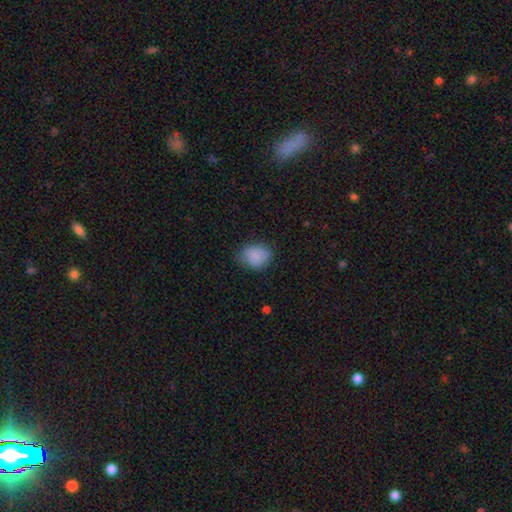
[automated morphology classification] Smooth or featured?
  - smooth: 85% *
  - star or artifact: 8%
  - featured or disk: 7%
How rounded?
  - round: 52% *
  - in between: 47%
  - cigar-shaped: 1%
Merging?
  - none: 67% *
  - minor disturbance: 26%
  - major disturbance: 6%
  - merger: 1%